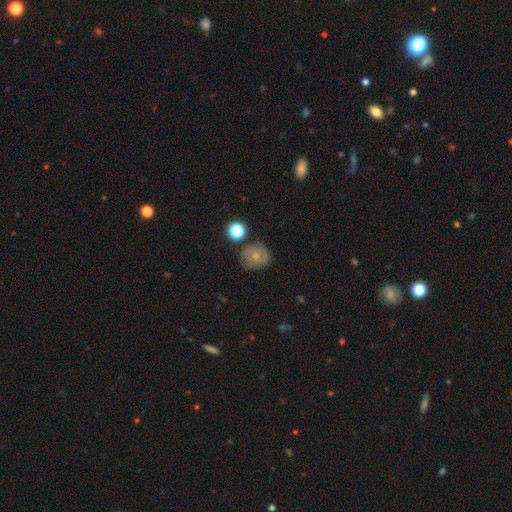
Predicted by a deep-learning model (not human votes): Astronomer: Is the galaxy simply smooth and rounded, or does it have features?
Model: smooth — 61%.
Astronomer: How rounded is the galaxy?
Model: round — 81%.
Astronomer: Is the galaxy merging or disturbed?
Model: none — 68%.